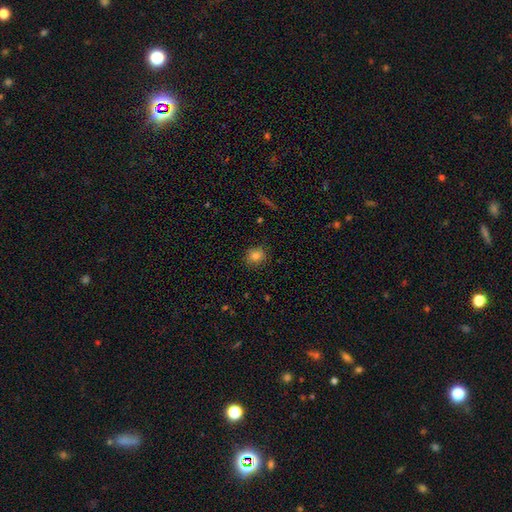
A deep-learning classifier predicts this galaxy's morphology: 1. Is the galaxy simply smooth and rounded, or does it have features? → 80% smooth, 12% star or artifact, 8% featured or disk.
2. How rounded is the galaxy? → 76% round, 23% in between, 1% cigar-shaped.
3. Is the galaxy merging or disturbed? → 87% none, 10% minor disturbance, 2% major disturbance, 1% merger.